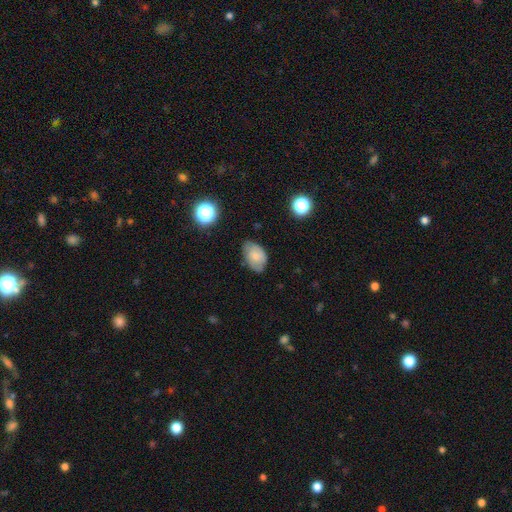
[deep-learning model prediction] smooth_or_featured: smooth (p=0.69) [alt: featured or disk p=0.22]
how_rounded: in between (p=0.88) [alt: round p=0.11]
merging: none (p=0.67) [alt: minor disturbance p=0.26]